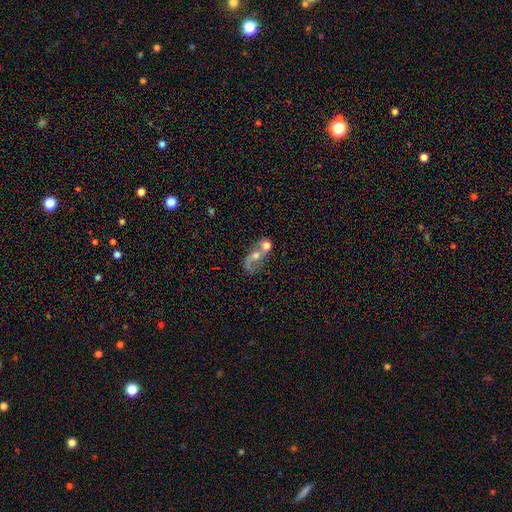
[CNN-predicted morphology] Overall: featured or disk (57%; smooth 30%). Edge-on disk: no (96%). Bar: no (73%). Spiral arms: yes (65%; no 35%). Bulge size: moderate (52%; small 23%). Merging: merger (57%; none 21%).